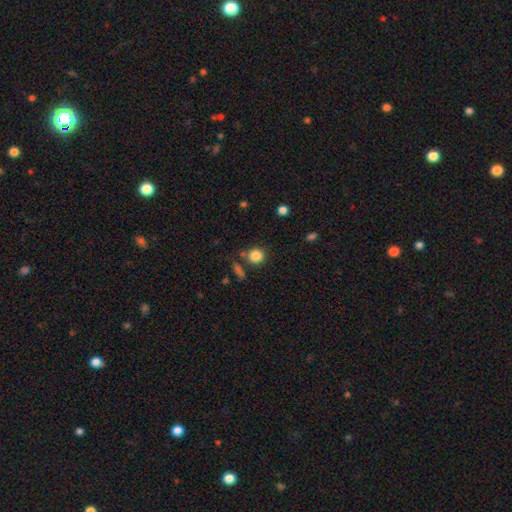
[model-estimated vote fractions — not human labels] A smooth galaxy with no disk features (85%) that is round (85%). Merging: none (76%).